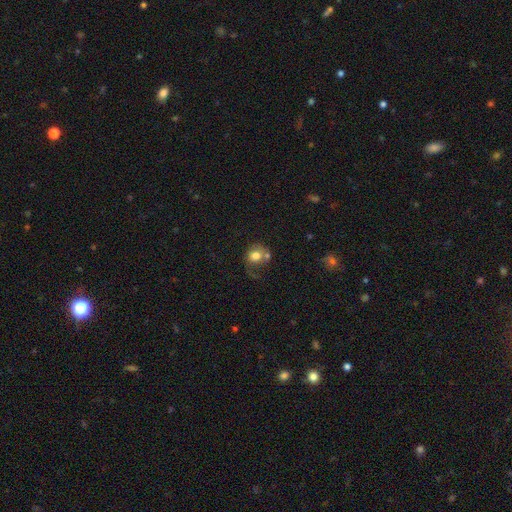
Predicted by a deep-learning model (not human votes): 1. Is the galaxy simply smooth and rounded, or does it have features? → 64% smooth, 26% featured or disk, 10% star or artifact.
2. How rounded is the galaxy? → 73% round, 26% in between, 1% cigar-shaped.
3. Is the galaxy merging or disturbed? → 34% none, 25% major disturbance, 22% merger, 19% minor disturbance.